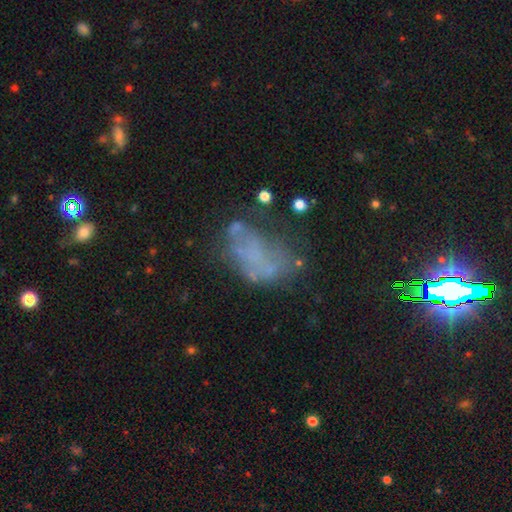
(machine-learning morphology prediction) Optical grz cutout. It shows a featured or disk galaxy (42%). Merging: none (42%).